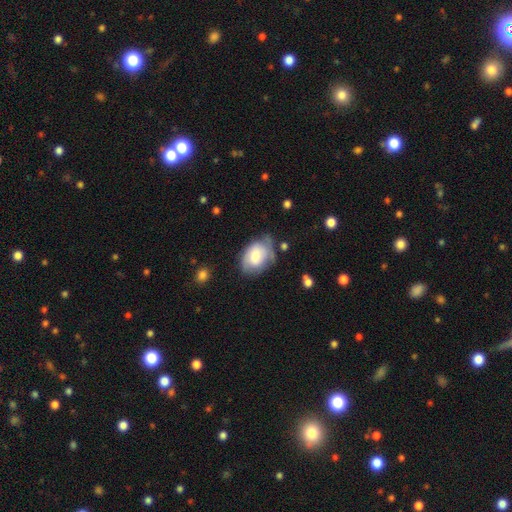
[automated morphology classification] Overall: smooth (60%; featured or disk 33%). How rounded: in between (80%). Merging: none (53%; minor disturbance 32%).